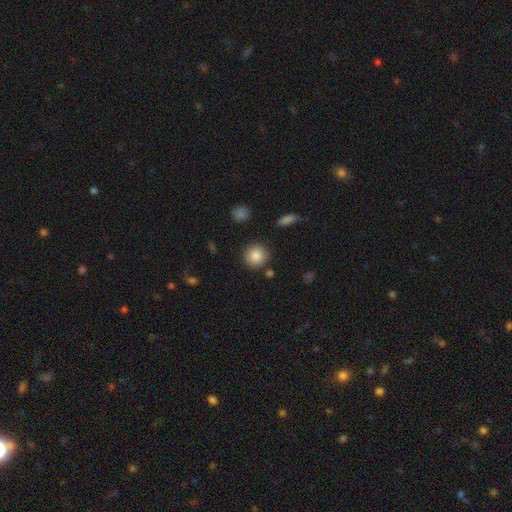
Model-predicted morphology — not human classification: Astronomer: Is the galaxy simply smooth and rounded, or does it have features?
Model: smooth — 86%.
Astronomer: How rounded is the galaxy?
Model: round — 93%.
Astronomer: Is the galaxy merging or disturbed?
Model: none — 87%.